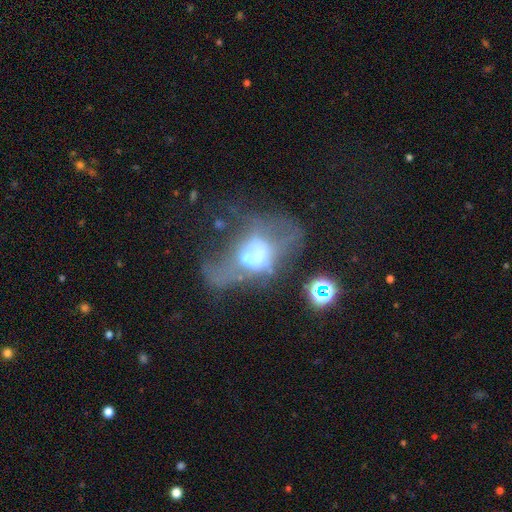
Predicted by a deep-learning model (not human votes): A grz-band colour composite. It shows a featured or disk galaxy (51%). Merging: major disturbance (46%).